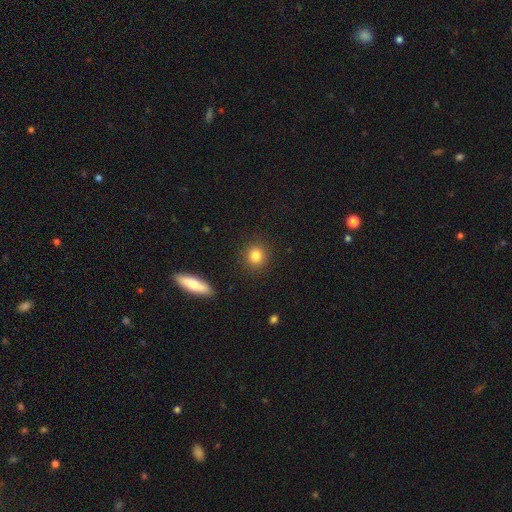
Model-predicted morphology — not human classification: Smooth or featured: smooth — 84% (star or artifact — 10%)
How rounded: round — 86% (in between — 12%)
Merging: none — 90% (minor disturbance — 6%)